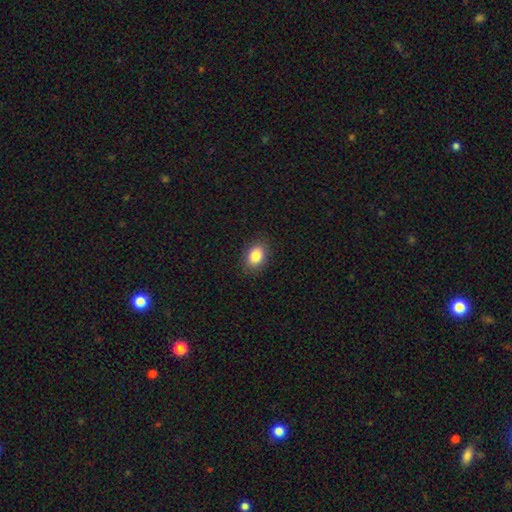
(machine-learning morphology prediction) This is clearly a smooth galaxy (86%). How rounded: likely in between (74%). Merging: clearly none (88%).